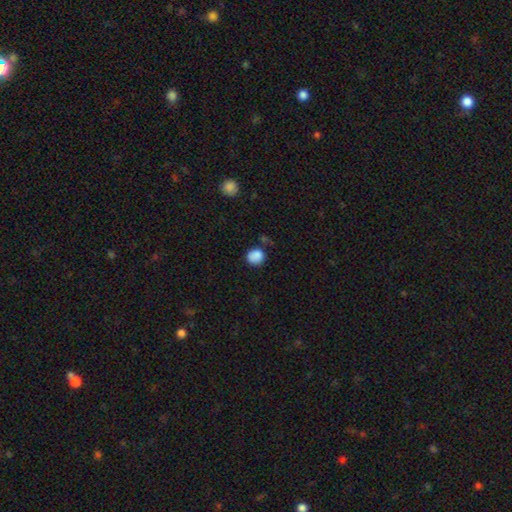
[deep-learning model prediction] A smooth galaxy with no disk features (86%) that is round (84%).

Vote fractions:
- Smooth or featured? smooth: 86% / star or artifact: 9% / featured or disk: 4%
- How rounded? round: 84% / in between: 15% / cigar-shaped: 1%
- Merging? none: 70% / minor disturbance: 20% / merger: 5% / major disturbance: 5%